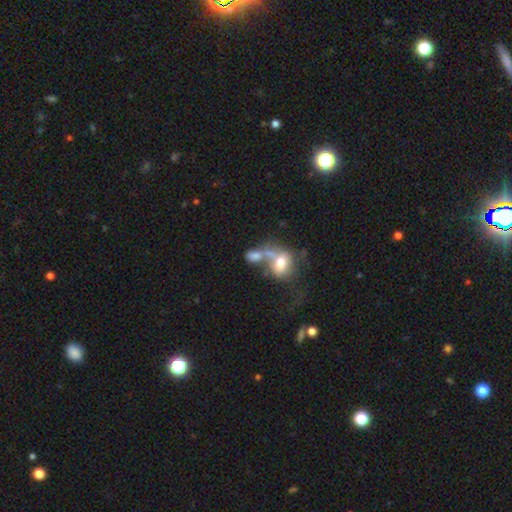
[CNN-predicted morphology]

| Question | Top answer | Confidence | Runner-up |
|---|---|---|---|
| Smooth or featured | smooth | 62% | featured or disk (27%) |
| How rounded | in between | 74% | round (21%) |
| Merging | merger | 65% | none (15%) |